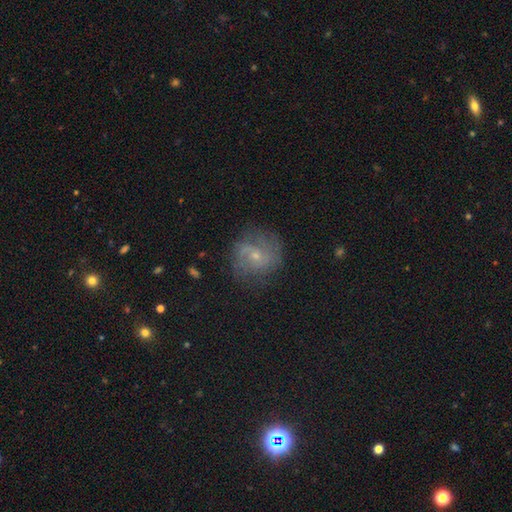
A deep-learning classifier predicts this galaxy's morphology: Smooth or featured?
  - featured or disk: 65% *
  - smooth: 24%
  - star or artifact: 10%
Edge-on disk?
  - no: 97% *
  - yes: 3%
Bar?
  - no: 61% *
  - weak: 33%
  - strong: 6%
Spiral arms?
  - yes: 86% *
  - no: 14%
Spiral winding?
  - medium: 44% *
  - tight: 31%
  - loose: 25%
Spiral arm count?
  - 2: 56% *
  - can't tell: 25%
  - 3: 8%
  - 1: 5%
  - 4: 3%
  - more than 4: 3%
Bulge size?
  - small: 69% *
  - moderate: 26%
  - none: 3%
  - large: 1%
  - dominant: 1%
Merging?
  - none: 71% *
  - minor disturbance: 18%
  - major disturbance: 9%
  - merger: 2%